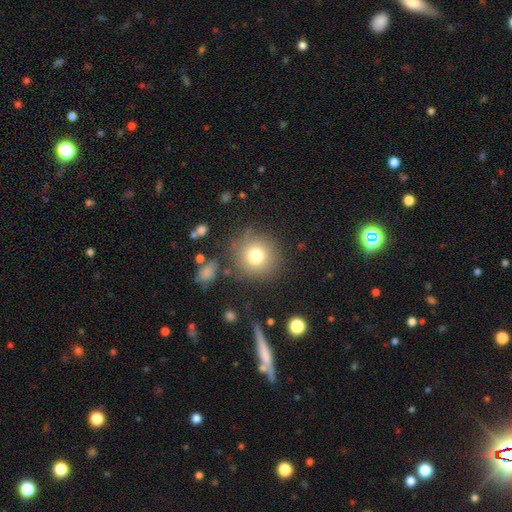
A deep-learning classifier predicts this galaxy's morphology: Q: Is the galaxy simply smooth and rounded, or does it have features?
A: smooth — 76%.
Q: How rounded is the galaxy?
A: round — 93%.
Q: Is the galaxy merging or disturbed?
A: none — 81%.